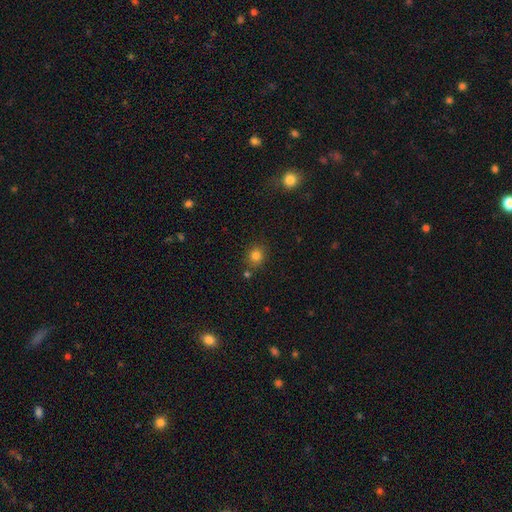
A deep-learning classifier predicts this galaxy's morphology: smooth_or_featured: smooth (p=0.80) [alt: star or artifact p=0.13]
how_rounded: round (p=0.80) [alt: in between p=0.19]
merging: none (p=0.79) [alt: minor disturbance p=0.10]